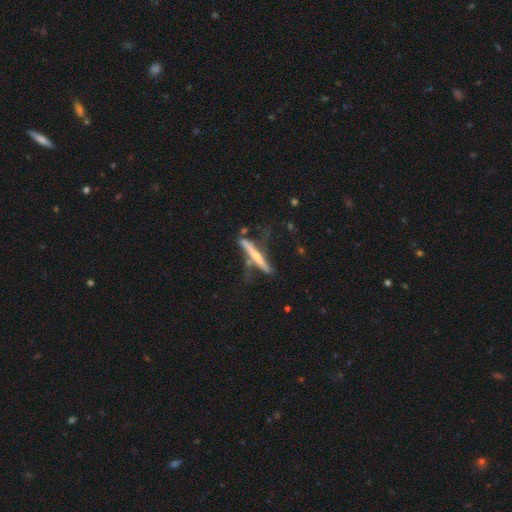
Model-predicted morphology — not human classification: Smooth or featured? Predicted: featured or disk (p=0.64). Edge-on disk? Predicted: yes (p=0.94). Edge-on bulge? Predicted: rounded (p=0.59). Merging? Predicted: none (p=0.61).